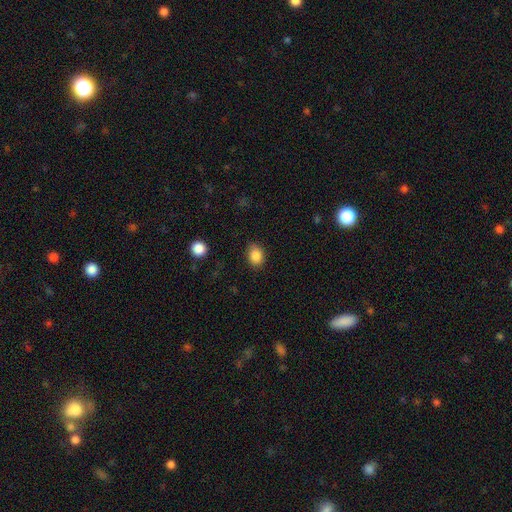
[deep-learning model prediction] smooth-or-featured: smooth: 87% | star or artifact: 9% | featured or disk: 4%
  how-rounded: in between: 59% | round: 40% | cigar-shaped: 1%
  merging: none: 80% | minor disturbance: 16% | major disturbance: 3% | merger: 1%